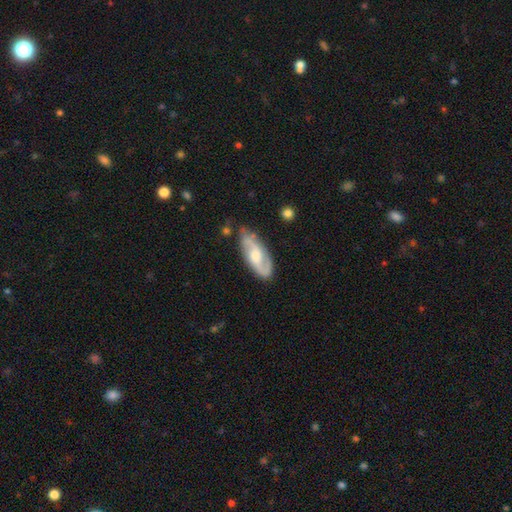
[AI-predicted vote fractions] smooth-or-featured: featured or disk: 75% | smooth: 19% | star or artifact: 5%
  disk-edge-on: no: 92% | yes: 8%
    bar: no: 47% | weak: 42% | strong: 10%
    has-spiral-arms: yes: 94% | no: 6%
      spiral-winding: medium: 49% | loose: 27% | tight: 24%
      spiral-arm-count: 2: 85% | can't tell: 8% | 1: 3% | 3: 2% | 4: 1% | more than 4: 1%
    bulge-size: moderate: 53% | small: 23% | large: 16% | none: 7% | dominant: 2%
  merging: none: 72% | minor disturbance: 20% | major disturbance: 5% | merger: 3%